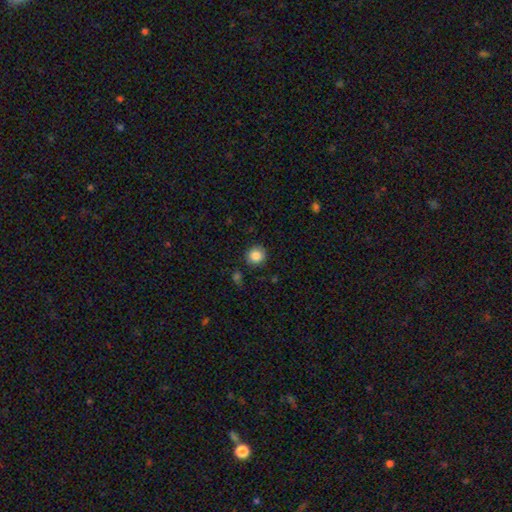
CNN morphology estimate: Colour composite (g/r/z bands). It shows a smooth galaxy with no disk features (86%) that is round (88%). Merging: none (87%).